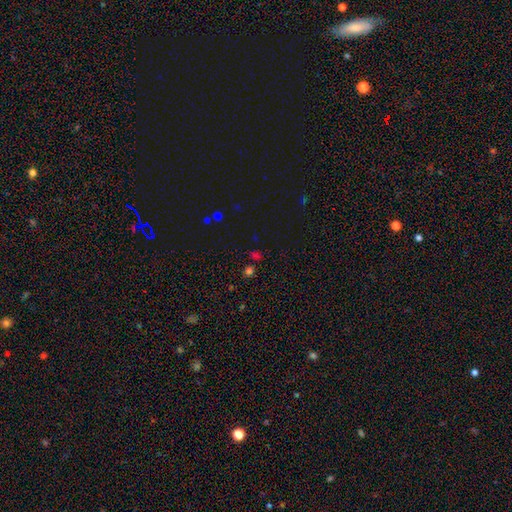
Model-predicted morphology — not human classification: Smooth or featured? smooth (54%)
How rounded? round (56%)
Merging? none (73%)